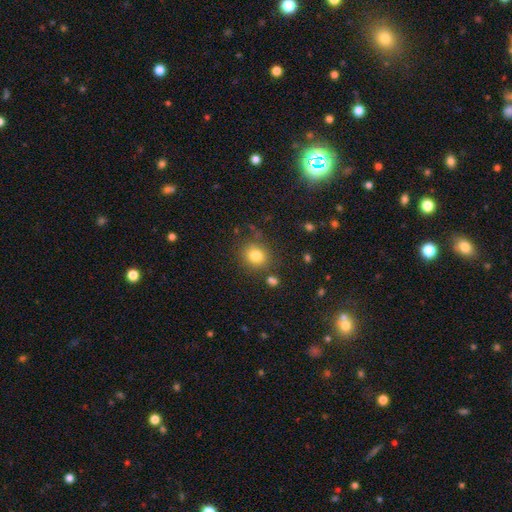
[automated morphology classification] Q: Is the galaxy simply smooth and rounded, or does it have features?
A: smooth — 81%.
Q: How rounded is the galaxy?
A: round — 79%.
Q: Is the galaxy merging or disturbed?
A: none — 80%.